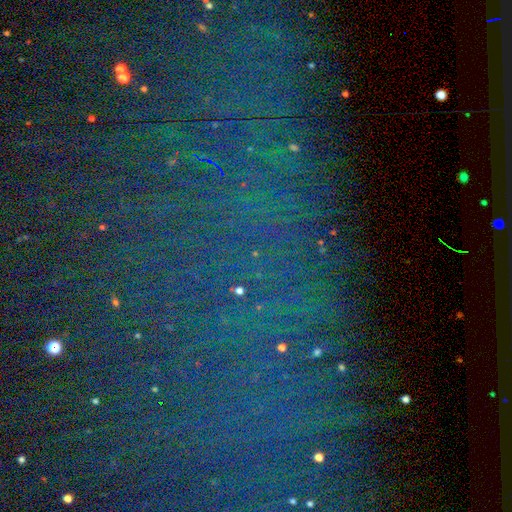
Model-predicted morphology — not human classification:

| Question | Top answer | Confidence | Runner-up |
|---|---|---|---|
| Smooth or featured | star or artifact | 80% | smooth (11%) |